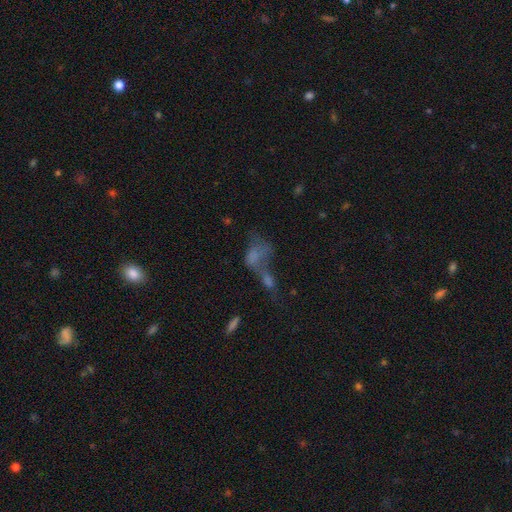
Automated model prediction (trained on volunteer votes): Smooth or featured? smooth (56%)
How rounded? in between (79%)
Merging? merger (60%)